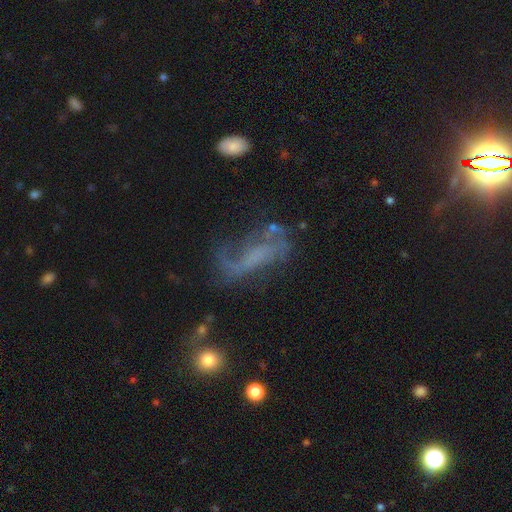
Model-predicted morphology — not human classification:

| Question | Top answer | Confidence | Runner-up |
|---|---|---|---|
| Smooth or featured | featured or disk | 59% | star or artifact (21%) |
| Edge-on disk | no | 87% | yes (13%) |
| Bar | no | 47% | weak (31%) |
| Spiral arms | yes | 67% | no (33%) |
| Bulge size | none | 62% | small (20%) |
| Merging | none | 41% | major disturbance (31%) |